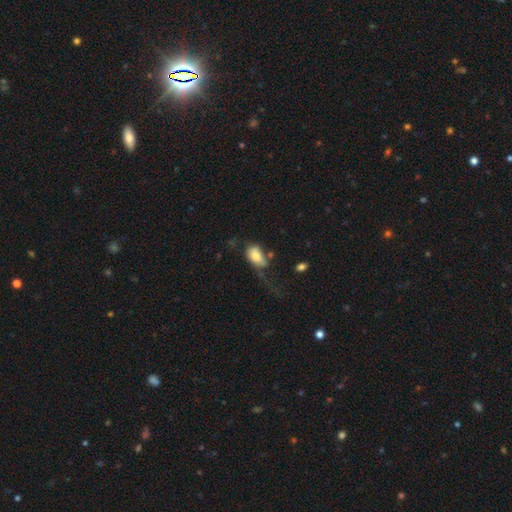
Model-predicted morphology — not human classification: A smooth galaxy with no disk features (77%) that is in between round and cigar-shaped (89%). Merging: none (33%).